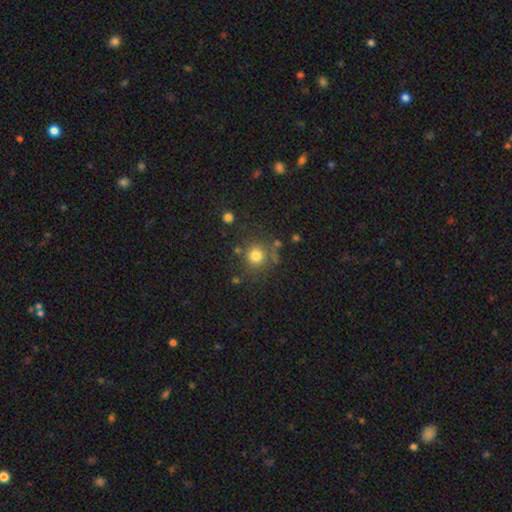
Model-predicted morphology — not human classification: Smooth or featured? Predicted: smooth (p=0.78). How rounded? Predicted: round (p=0.92). Merging? Predicted: none (p=0.77).